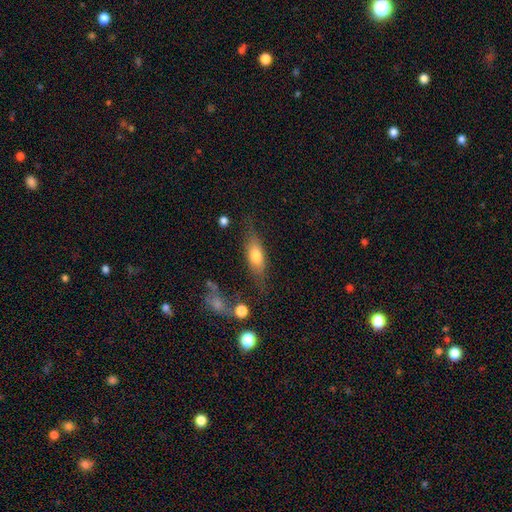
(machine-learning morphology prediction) smooth-or-featured: smooth: 65% | featured or disk: 27% | star or artifact: 7%
  how-rounded: in between: 61% | cigar-shaped: 35% | round: 4%
  merging: none: 66% | minor disturbance: 20% | major disturbance: 9% | merger: 5%